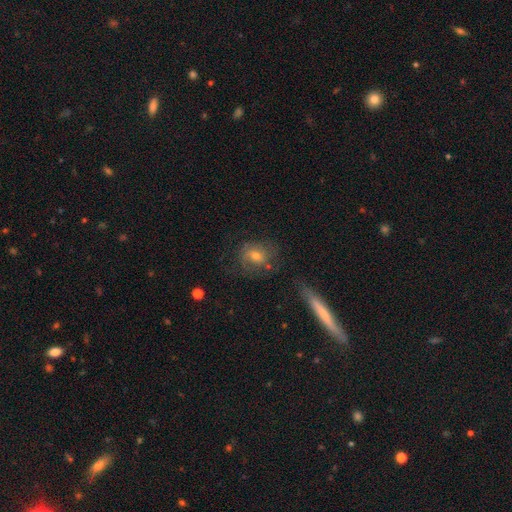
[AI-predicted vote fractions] Overall: featured or disk (47%; smooth 41%). Merging: none (62%).